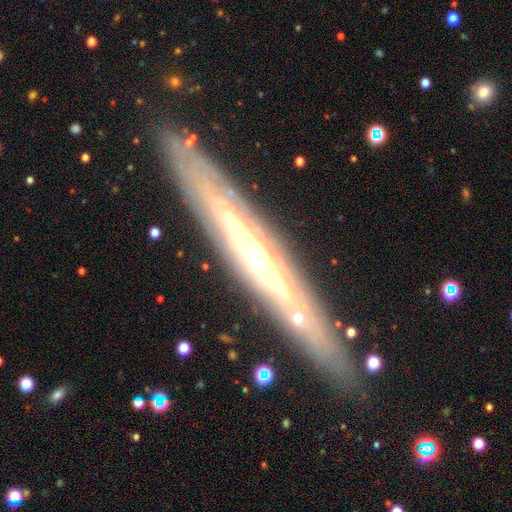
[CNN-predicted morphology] This appears to be a featured or disk galaxy (80%) viewed edge-on (76%) with a rounded central bulge (61%). Merging: none (85%).